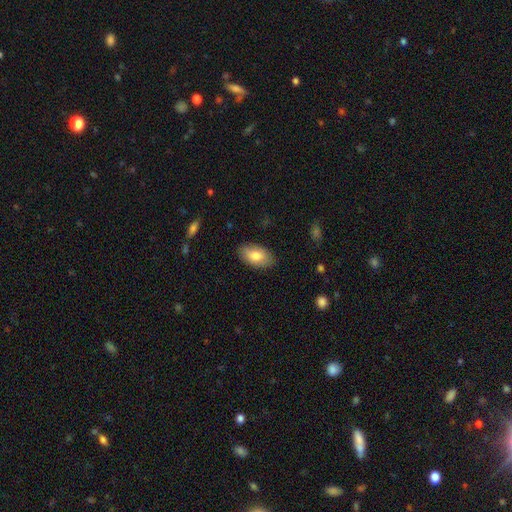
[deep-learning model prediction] Smooth or featured? Predicted: smooth (p=0.79). How rounded? Predicted: in between (p=0.94). Merging? Predicted: none (p=0.86).